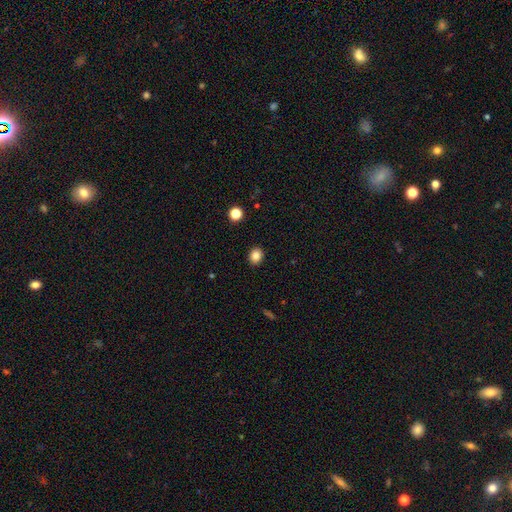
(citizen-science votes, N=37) Volunteers were most divided on "how rounded": round: 56%, in between: 44%, cigar-shaped: 0%. More confident: smooth or featured — smooth (92%); merging — none (86%).